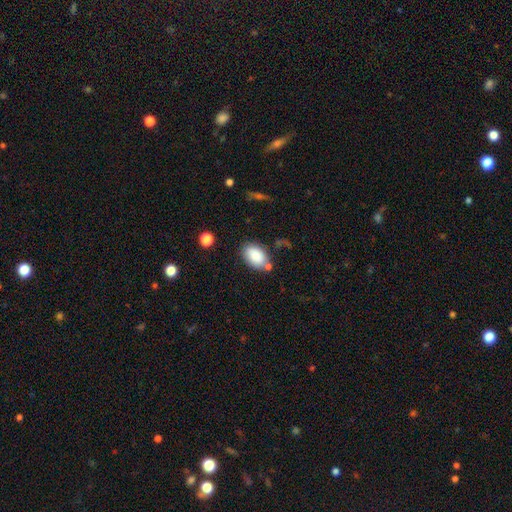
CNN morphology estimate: Smooth or featured? smooth (86%)
How rounded? in between (89%)
Merging? none (67%)